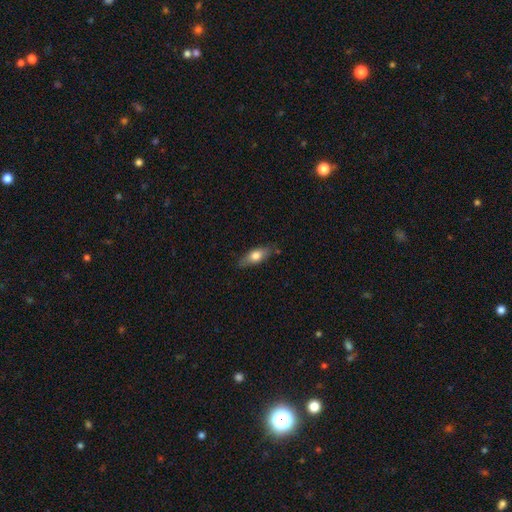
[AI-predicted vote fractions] Overall: smooth (68%). How rounded: in between (68%; cigar-shaped 28%). Merging: none (80%).